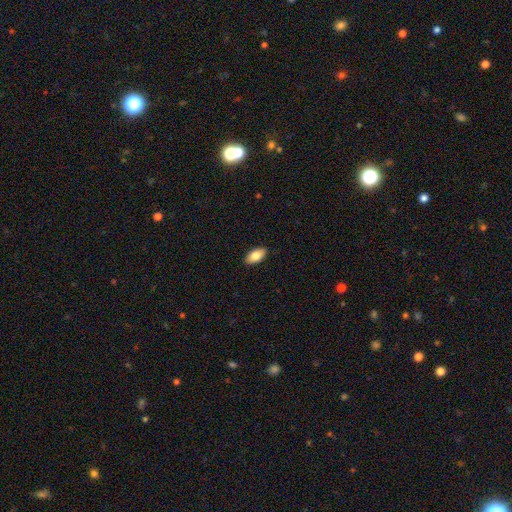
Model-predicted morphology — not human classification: A smooth galaxy with no disk features (82%) that is in between round and cigar-shaped (92%).

Vote fractions:
- Smooth or featured? smooth: 82% / featured or disk: 11% / star or artifact: 6%
- How rounded? in between: 92% / cigar-shaped: 5% / round: 3%
- Merging? none: 90% / minor disturbance: 7% / major disturbance: 2% / merger: 1%